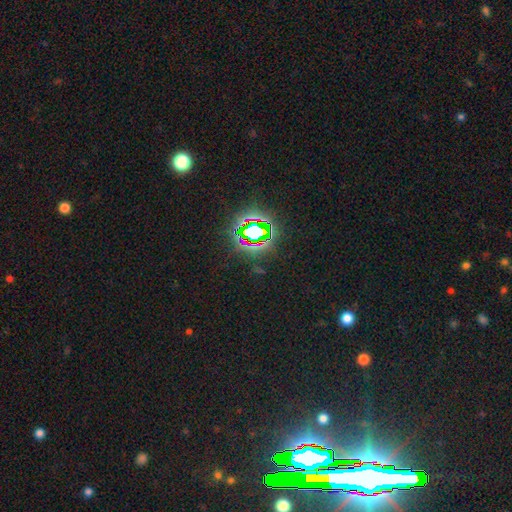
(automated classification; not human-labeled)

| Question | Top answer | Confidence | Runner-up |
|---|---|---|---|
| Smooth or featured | star or artifact | 79% | smooth (13%) |